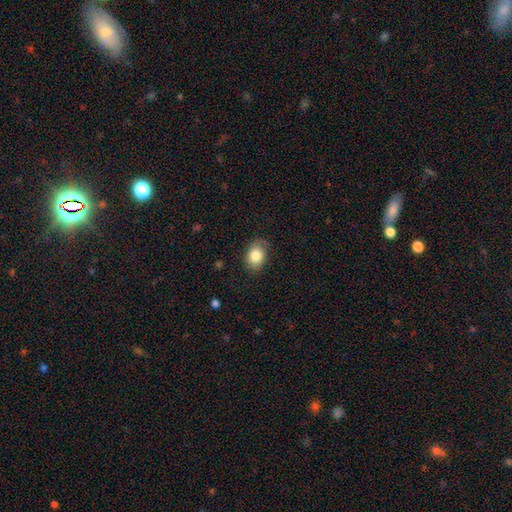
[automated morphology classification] A smooth galaxy with no disk features (83%) that is in between round and cigar-shaped (72%).

Vote fractions:
- Smooth or featured? smooth: 83% / featured or disk: 9% / star or artifact: 8%
- How rounded? in between: 72% / round: 27% / cigar-shaped: 1%
- Merging? none: 78% / minor disturbance: 17% / major disturbance: 4% / merger: 1%